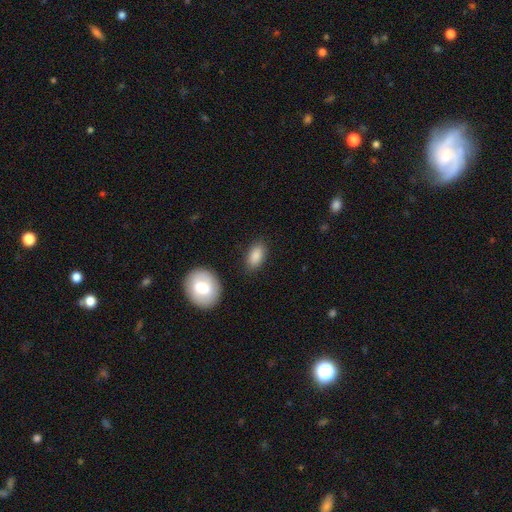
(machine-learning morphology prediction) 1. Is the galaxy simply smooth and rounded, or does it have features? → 86% smooth, 7% star or artifact, 6% featured or disk.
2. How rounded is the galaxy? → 91% in between, 5% round, 4% cigar-shaped.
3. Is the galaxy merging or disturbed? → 83% none, 11% minor disturbance, 3% major disturbance, 3% merger.